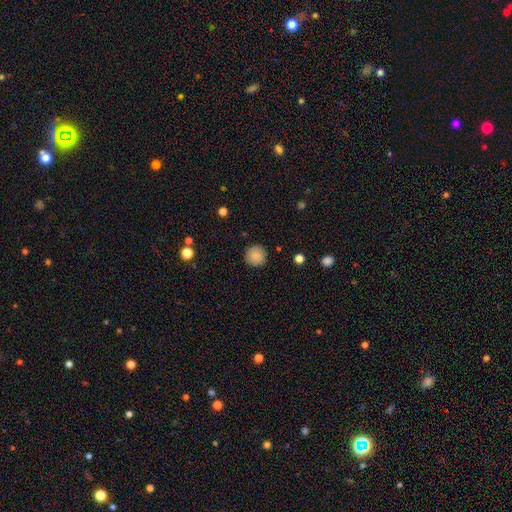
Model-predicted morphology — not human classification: This is clearly a smooth galaxy (87%). How rounded: clearly round (95%). Merging: clearly none (90%).